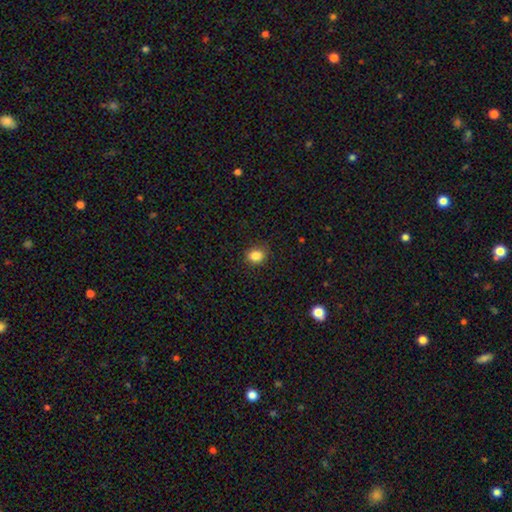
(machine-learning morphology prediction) Smooth or featured? Predicted: smooth (p=0.85). How rounded? Predicted: round (p=0.56). Merging? Predicted: none (p=0.84).